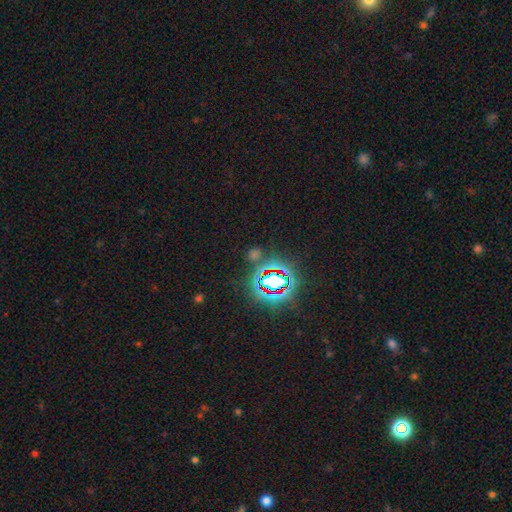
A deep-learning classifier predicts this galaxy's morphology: The model was most divided on "smooth or featured": star or artifact: 72%, smooth: 20%, featured or disk: 8%.